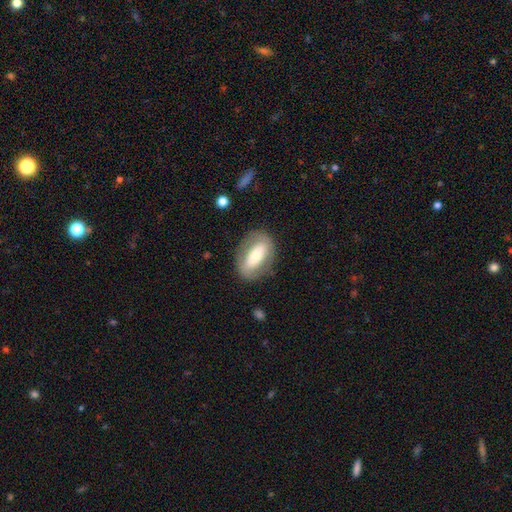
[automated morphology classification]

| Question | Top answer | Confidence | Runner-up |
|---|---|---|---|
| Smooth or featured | smooth | 50% | featured or disk (44%) |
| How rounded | in between | 87% | round (8%) |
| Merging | none | 78% | minor disturbance (14%) |